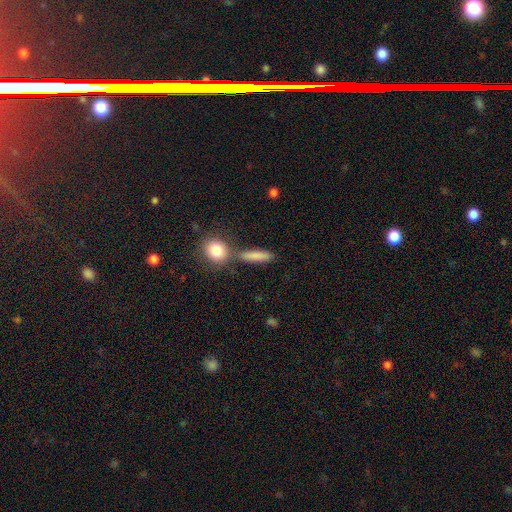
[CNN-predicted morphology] Smooth or featured? smooth (81%)
How rounded? cigar-shaped (61%)
Merging? none (70%)